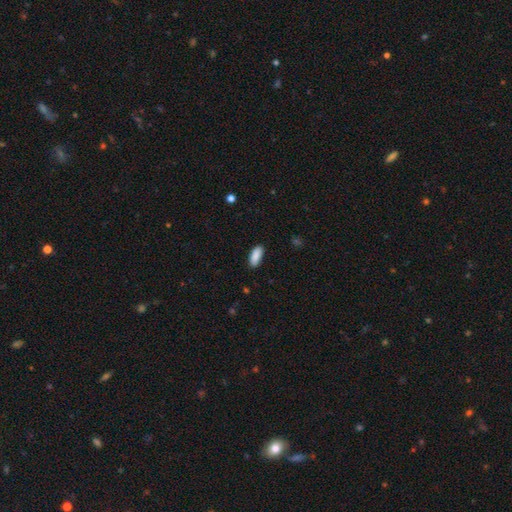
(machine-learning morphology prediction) Smooth or featured? smooth (90%)
How rounded? in between (82%)
Merging? none (87%)